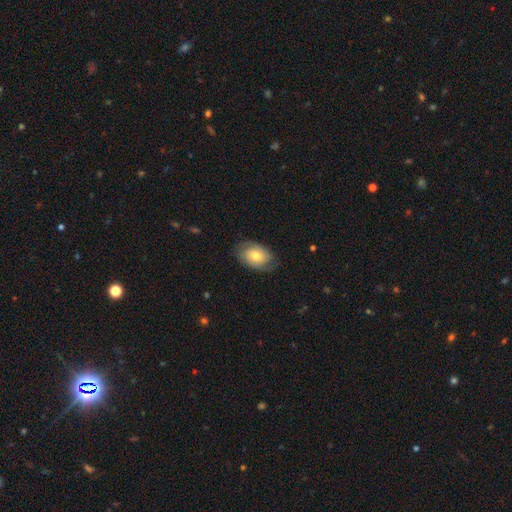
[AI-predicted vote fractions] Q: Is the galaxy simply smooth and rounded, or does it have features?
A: featured or disk — 51%.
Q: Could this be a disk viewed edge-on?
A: no — 95%.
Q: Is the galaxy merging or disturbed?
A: none — 76%.